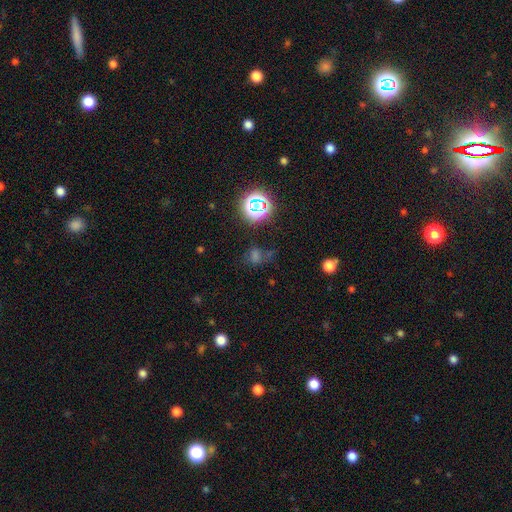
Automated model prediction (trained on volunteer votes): Overall: star or artifact (55%; smooth 33%).